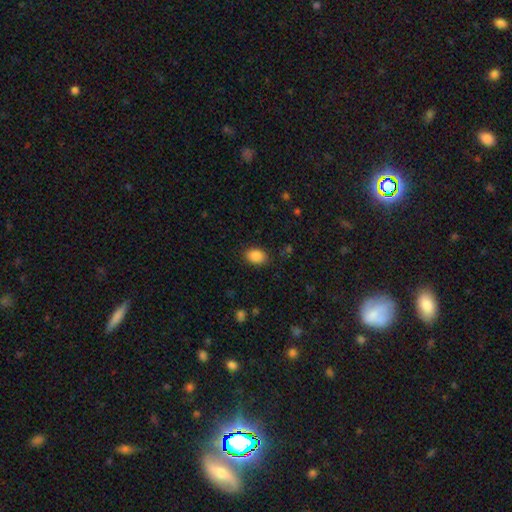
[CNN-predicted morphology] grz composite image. It shows a smooth galaxy with no disk features (89%) that is in between round and cigar-shaped (80%). Merging: none (87%).